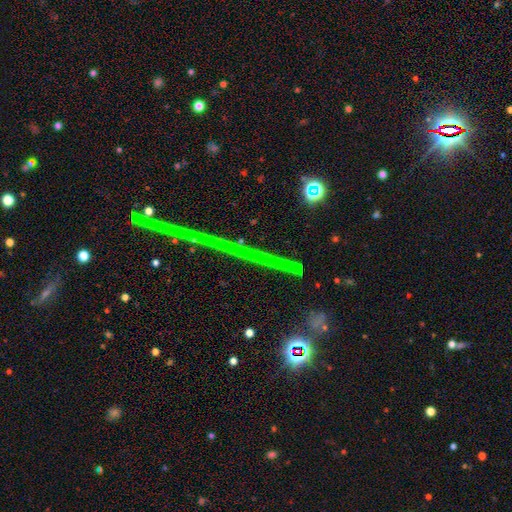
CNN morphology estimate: star or artifact 67%, featured or disk 22%, smooth 12%.